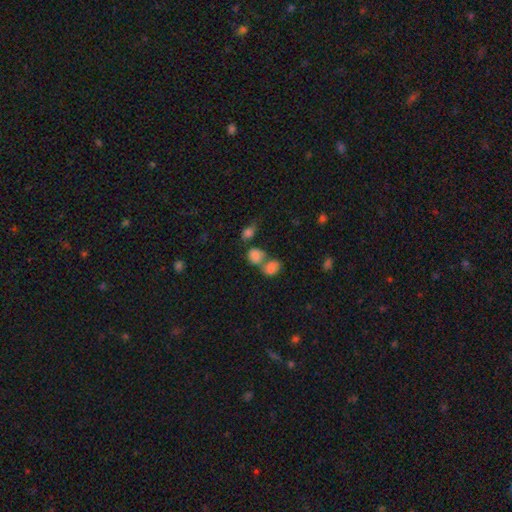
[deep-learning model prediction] Smooth or featured? smooth (76%)
How rounded? round (53%)
Merging? merger (52%)